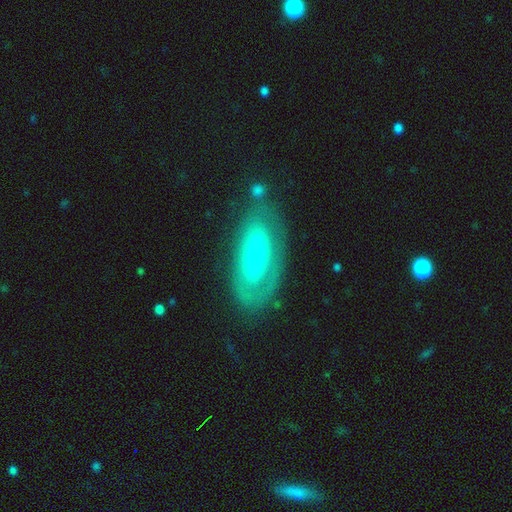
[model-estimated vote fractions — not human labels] This is likely a featured or disk galaxy (71%). It is clearly not viewed edge-on (90%). Bar: clearly no (84%). Spiral arm pattern: possibly yes (52%). Central bulge: possibly small (60%). Merging: likely none (69%).